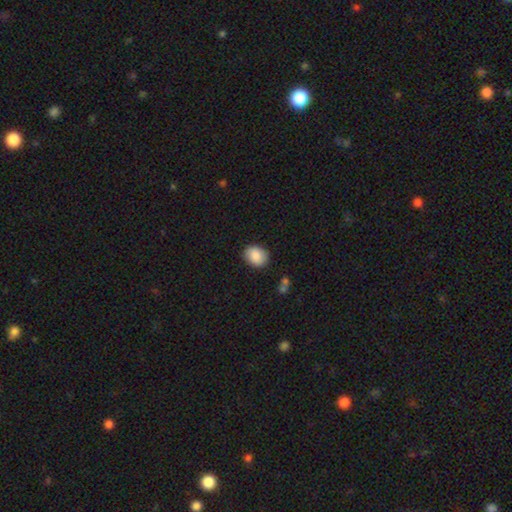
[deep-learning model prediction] smooth-or-featured: smooth: 86% | star or artifact: 7% | featured or disk: 6%
  how-rounded: round: 51% | in between: 48% | cigar-shaped: 1%
  merging: none: 84% | minor disturbance: 12% | major disturbance: 2% | merger: 2%